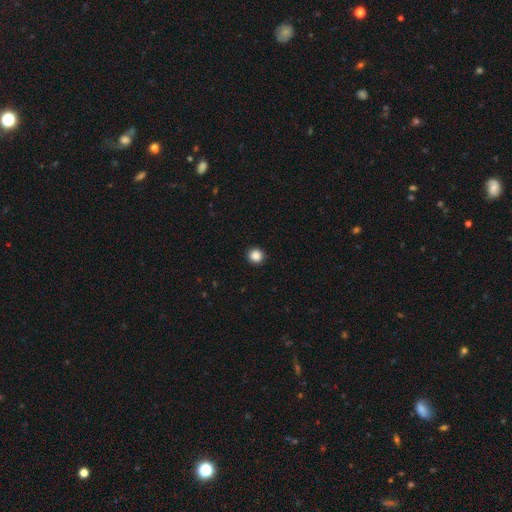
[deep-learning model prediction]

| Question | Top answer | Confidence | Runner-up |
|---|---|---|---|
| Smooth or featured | smooth | 87% | star or artifact (10%) |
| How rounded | round | 95% | in between (4%) |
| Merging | none | 93% | minor disturbance (4%) |